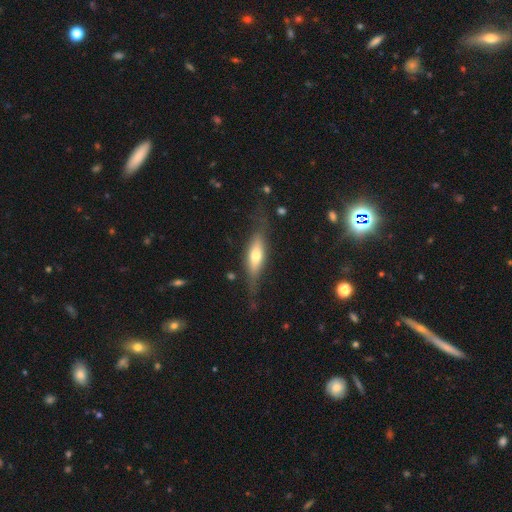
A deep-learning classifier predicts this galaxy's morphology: smooth 48%, featured or disk 46%, star or artifact 6%. Down the decision tree: merging — none (71%).